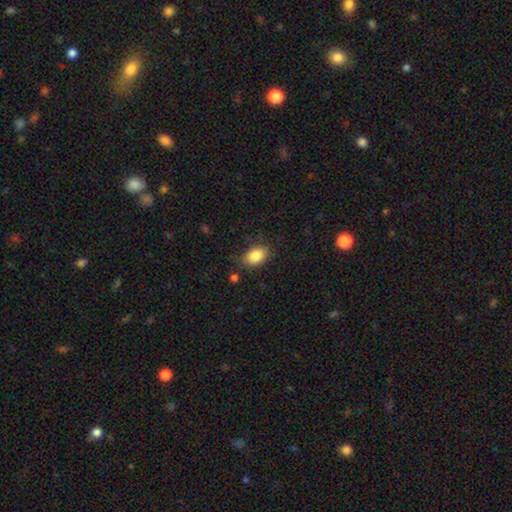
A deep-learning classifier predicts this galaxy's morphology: type=smooth (85%); roundness=in between (82%); merging=none (80%).